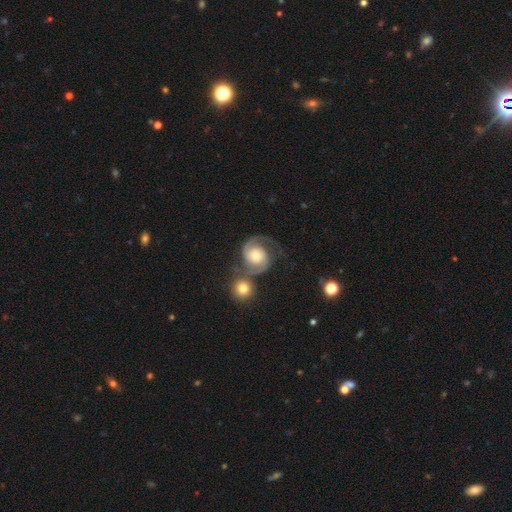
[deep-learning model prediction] A featured or disk galaxy (86%) with no bar (71%), 2 (90%) medium (51%) spiral arms (97%) and a moderate central bulge (44%). Merging: none (52%).